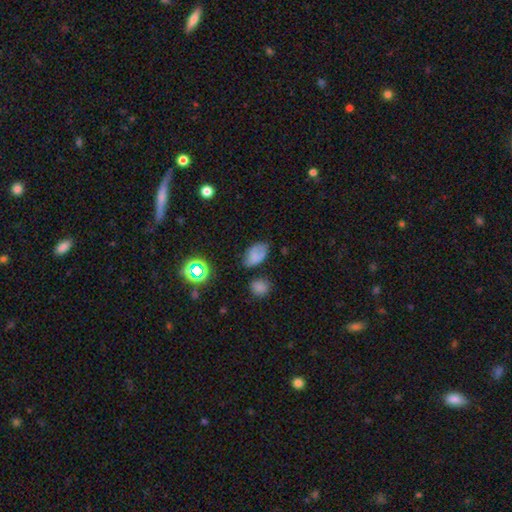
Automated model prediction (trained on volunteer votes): Smooth or featured? Predicted: smooth (p=0.66). How rounded? Predicted: in between (p=0.88). Merging? Predicted: none (p=0.62).